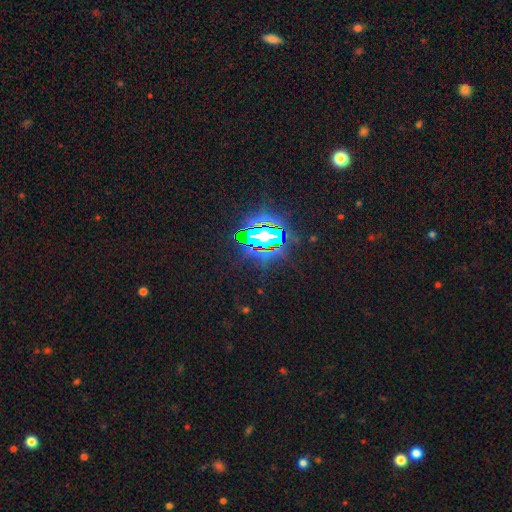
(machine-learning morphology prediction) Smooth or featured? star or artifact (86%)